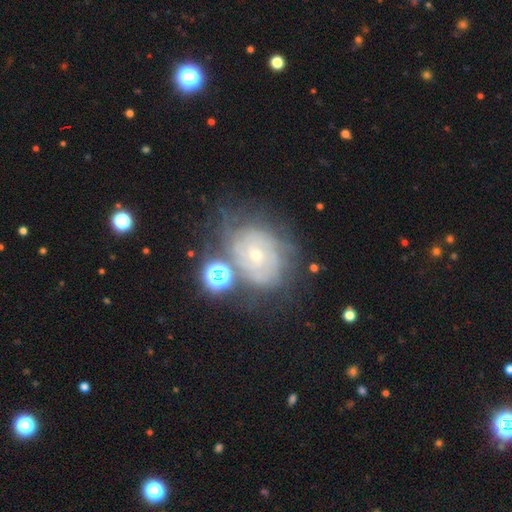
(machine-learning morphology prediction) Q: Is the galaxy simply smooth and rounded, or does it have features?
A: featured or disk — 77%.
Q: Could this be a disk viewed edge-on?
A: no — 97%.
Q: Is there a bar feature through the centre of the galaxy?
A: no — 77%.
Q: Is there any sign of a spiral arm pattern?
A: yes — 90%.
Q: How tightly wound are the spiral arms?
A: tight — 72%.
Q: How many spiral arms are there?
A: can't tell — 49%.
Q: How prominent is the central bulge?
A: small — 70%.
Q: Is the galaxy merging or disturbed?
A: none — 57%.